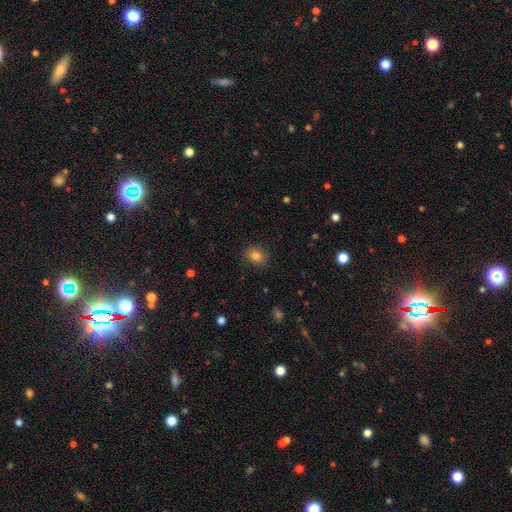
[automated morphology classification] smooth-or-featured: smooth: 83% | star or artifact: 11% | featured or disk: 6%
  how-rounded: round: 71% | in between: 29% | cigar-shaped: 1%
  merging: none: 86% | minor disturbance: 10% | major disturbance: 3% | merger: 1%